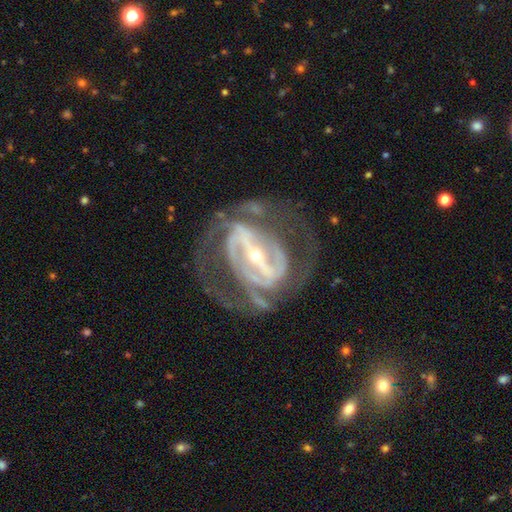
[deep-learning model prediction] smooth-or-featured: featured or disk: 91% | star or artifact: 5% | smooth: 4%
  disk-edge-on: no: 95% | yes: 5%
    bar: strong: 78% | weak: 16% | no: 6%
    has-spiral-arms: yes: 92% | no: 8%
      spiral-winding: tight: 49% | medium: 39% | loose: 12%
      spiral-arm-count: 2: 45% | can't tell: 22% | 3: 16% | 4: 8% | 1: 5% | more than 4: 5%
    bulge-size: small: 75% | moderate: 21% | large: 2% | none: 1% | dominant: 1%
  merging: none: 60% | major disturbance: 21% | minor disturbance: 16% | merger: 3%